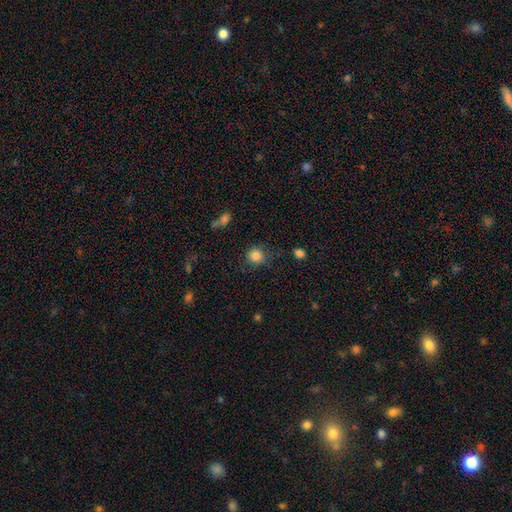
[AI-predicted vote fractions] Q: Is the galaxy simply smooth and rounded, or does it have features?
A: smooth — 84%.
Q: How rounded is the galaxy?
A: round — 87%.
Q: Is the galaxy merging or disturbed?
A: none — 78%.